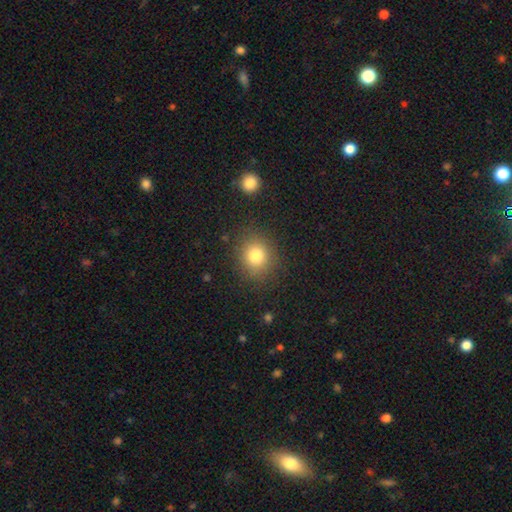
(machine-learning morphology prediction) Q: Smooth or featured?
A: smooth (81%); runner-up: star or artifact (12%)
Q: How rounded?
A: round (74%); runner-up: in between (25%)
Q: Merging?
A: none (85%); runner-up: minor disturbance (9%)